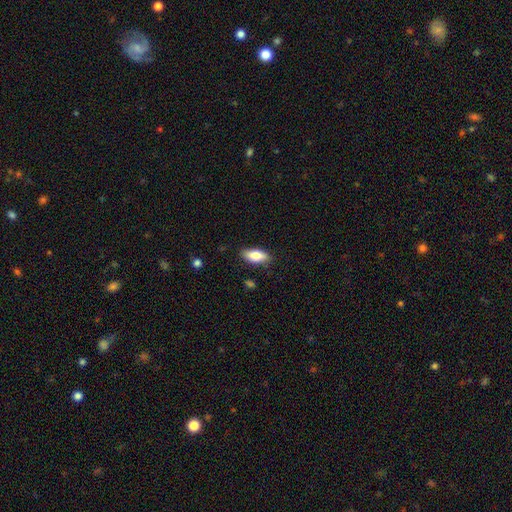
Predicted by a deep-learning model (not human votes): This is clearly a smooth galaxy (81%). How rounded: clearly in between (85%). Merging: clearly none (85%).